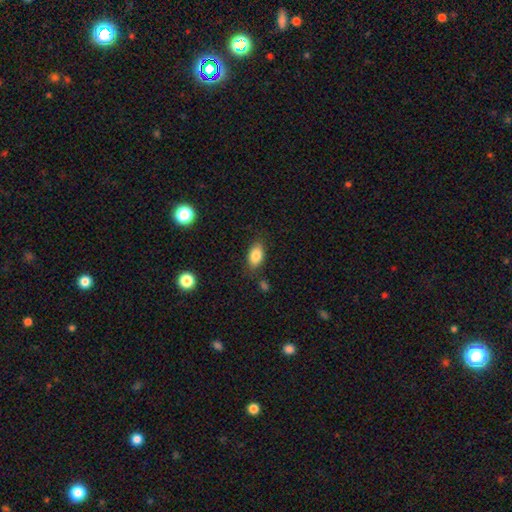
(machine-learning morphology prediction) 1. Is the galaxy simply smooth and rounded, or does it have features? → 84% smooth, 8% featured or disk, 8% star or artifact.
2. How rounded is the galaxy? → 89% in between, 8% round, 3% cigar-shaped.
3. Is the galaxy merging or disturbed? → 79% none, 15% minor disturbance, 4% major disturbance, 3% merger.